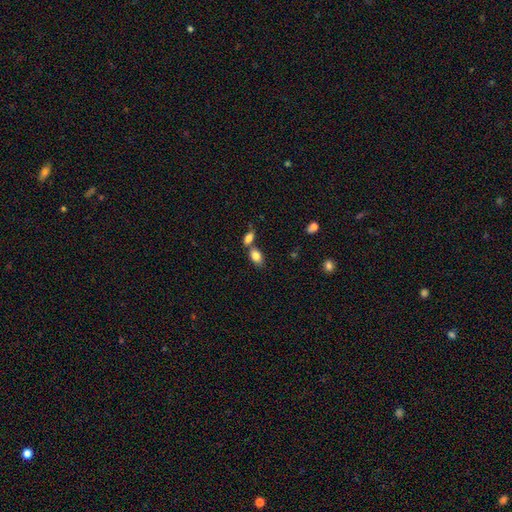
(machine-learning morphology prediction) smooth-or-featured: smooth: 83% | featured or disk: 8% | star or artifact: 8%
  how-rounded: in between: 88% | round: 9% | cigar-shaped: 3%
  merging: none: 47% | merger: 39% | minor disturbance: 10% | major disturbance: 3%